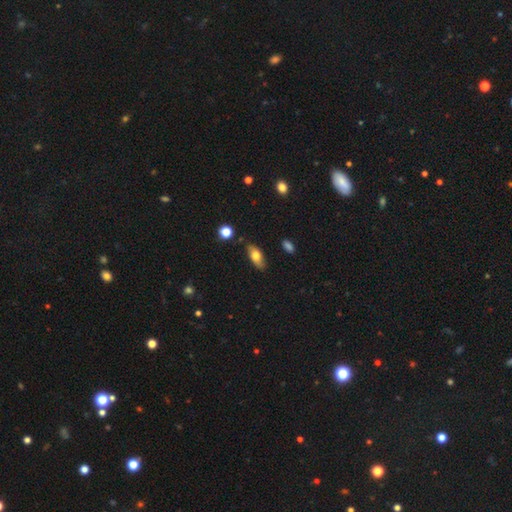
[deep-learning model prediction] Morphology: type=smooth (70%); roundness=in between (81%); merging=none (80%).